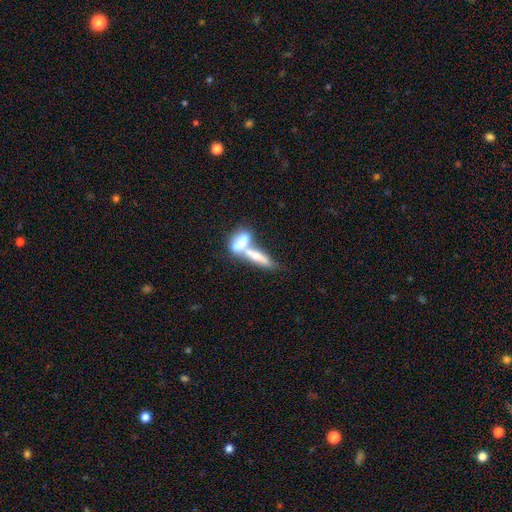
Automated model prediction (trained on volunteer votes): Overall: smooth (59%; featured or disk 34%). How rounded: in between (55%; cigar-shaped 40%). Merging: merger (71%).